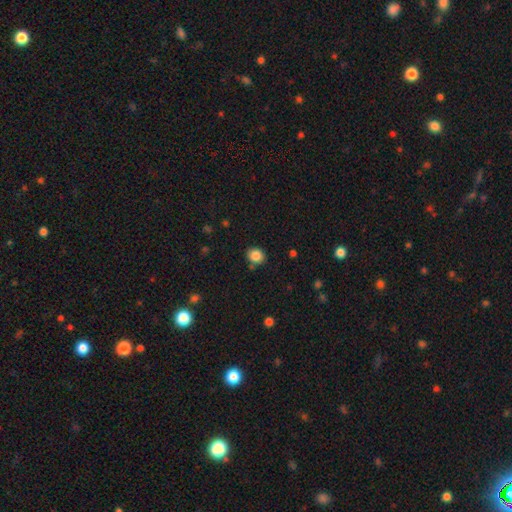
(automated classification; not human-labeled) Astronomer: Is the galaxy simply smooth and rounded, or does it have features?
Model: smooth — 86%.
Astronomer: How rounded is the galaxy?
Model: round — 73%.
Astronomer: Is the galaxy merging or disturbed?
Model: none — 83%.